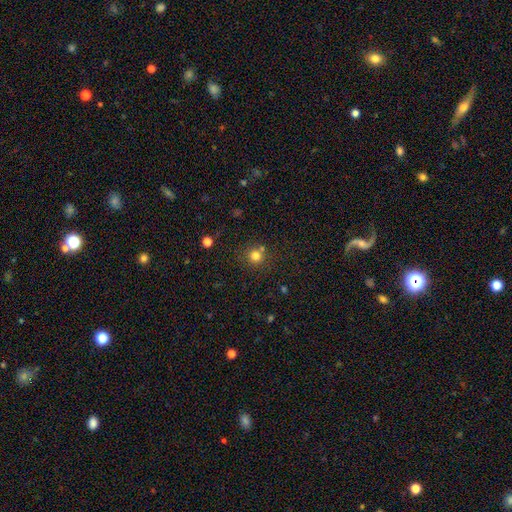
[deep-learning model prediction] Smooth or featured?
  - smooth: 79% *
  - star or artifact: 15%
  - featured or disk: 6%
How rounded?
  - round: 93% *
  - in between: 6%
  - cigar-shaped: 1%
Merging?
  - none: 76% *
  - merger: 12%
  - minor disturbance: 8%
  - major disturbance: 3%